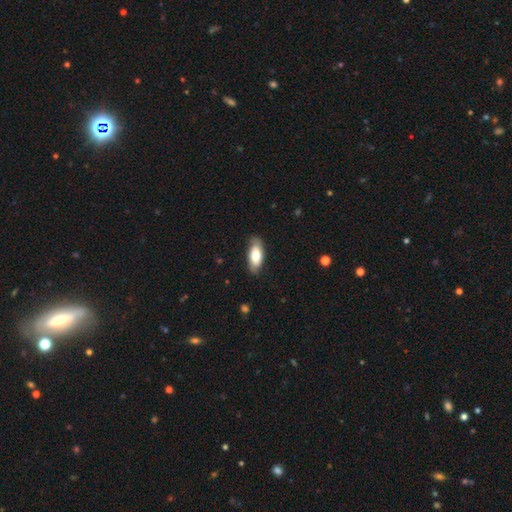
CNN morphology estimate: Q: Smooth or featured?
A: smooth (73%); runner-up: featured or disk (21%)
Q: How rounded?
A: in between (84%); runner-up: cigar-shaped (14%)
Q: Merging?
A: none (81%); runner-up: minor disturbance (15%)